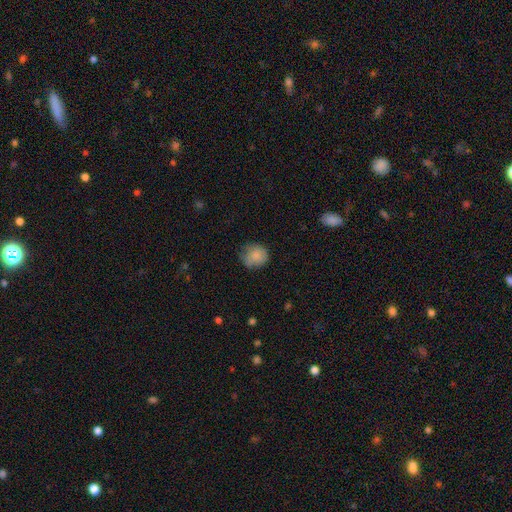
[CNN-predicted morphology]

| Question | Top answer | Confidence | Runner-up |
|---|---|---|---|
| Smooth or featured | smooth | 84% | featured or disk (8%) |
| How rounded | round | 81% | in between (18%) |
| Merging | none | 67% | minor disturbance (25%) |